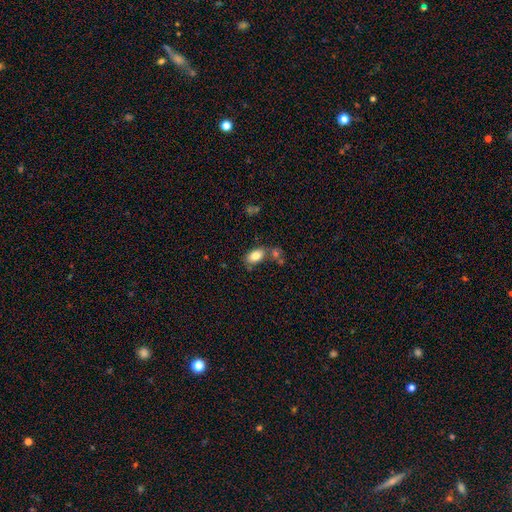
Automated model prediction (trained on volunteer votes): smooth_or_featured: smooth (p=0.82) [alt: featured or disk p=0.11]
how_rounded: in between (p=0.91) [alt: round p=0.07]
merging: none (p=0.65) [alt: merger p=0.16]